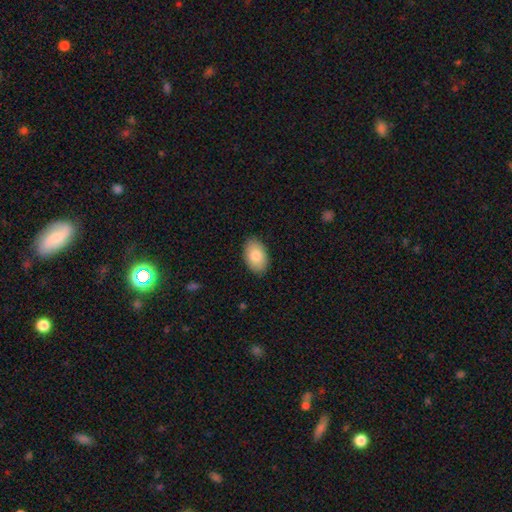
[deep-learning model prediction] This appears to be a smooth galaxy with no disk features (83%) that is in between round and cigar-shaped (92%). Merging: none (88%).